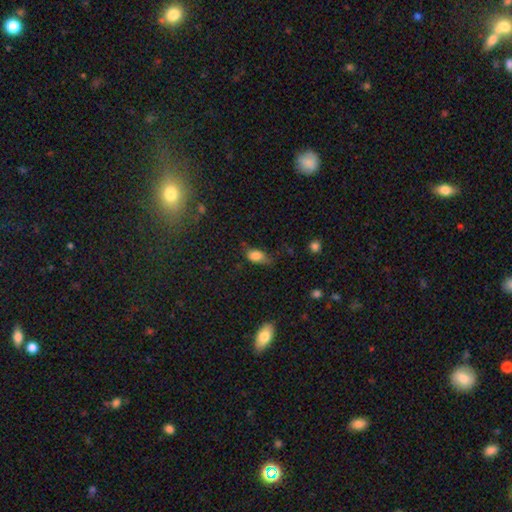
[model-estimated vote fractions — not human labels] Smooth or featured? smooth (82%)
How rounded? in between (86%)
Merging? none (45%)